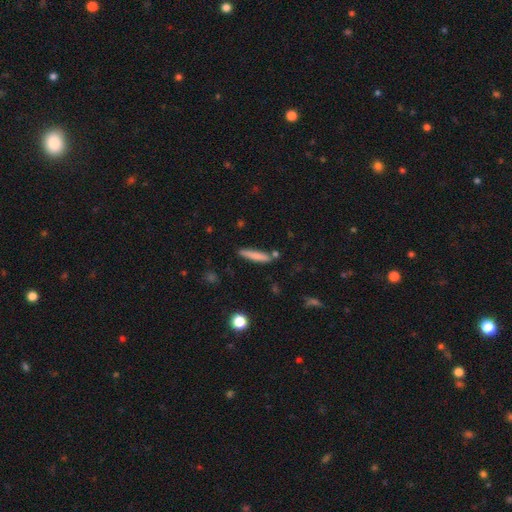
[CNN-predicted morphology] Smooth or featured: smooth — 76% (featured or disk — 17%)
How rounded: cigar-shaped — 91% (in between — 8%)
Merging: none — 80% (minor disturbance — 11%)